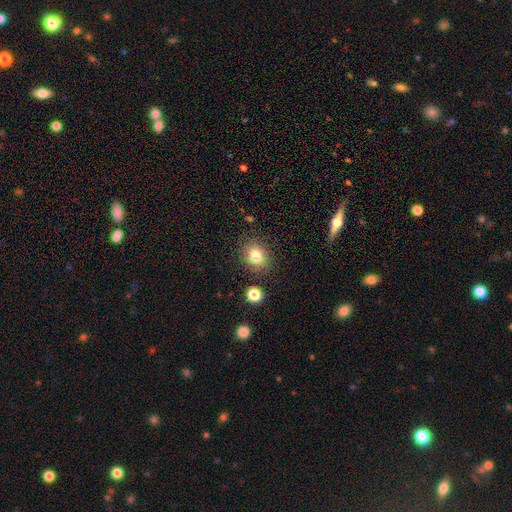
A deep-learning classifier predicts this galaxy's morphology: Smooth or featured? Predicted: smooth (p=0.79). How rounded? Predicted: round (p=0.60). Merging? Predicted: none (p=0.83).